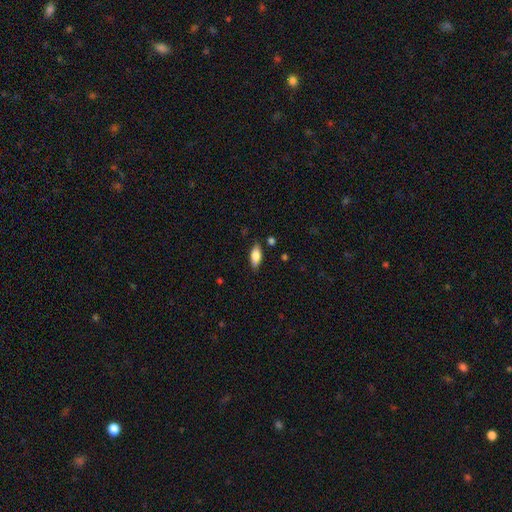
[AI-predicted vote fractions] Smooth or featured: smooth — 77% (featured or disk — 16%)
How rounded: in between — 80% (cigar-shaped — 17%)
Merging: none — 81% (minor disturbance — 14%)